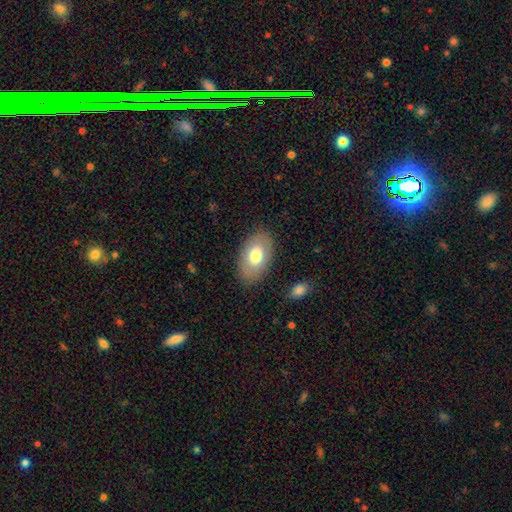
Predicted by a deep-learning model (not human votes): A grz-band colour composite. It shows a smooth galaxy with no disk features (68%) that is in between round and cigar-shaped (92%). Merging: none (84%).